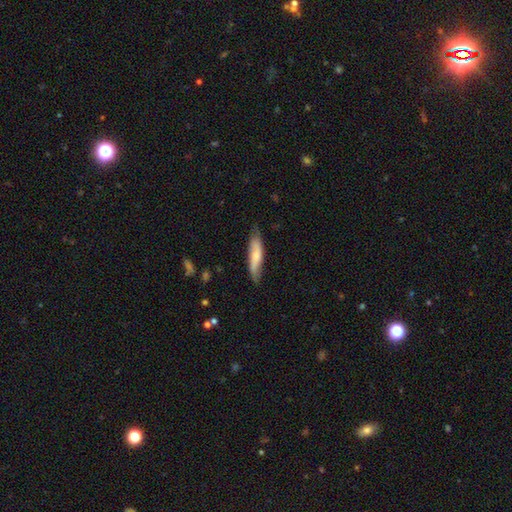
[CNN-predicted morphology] type=smooth (63%); roundness=cigar-shaped (74%); merging=none (72%).